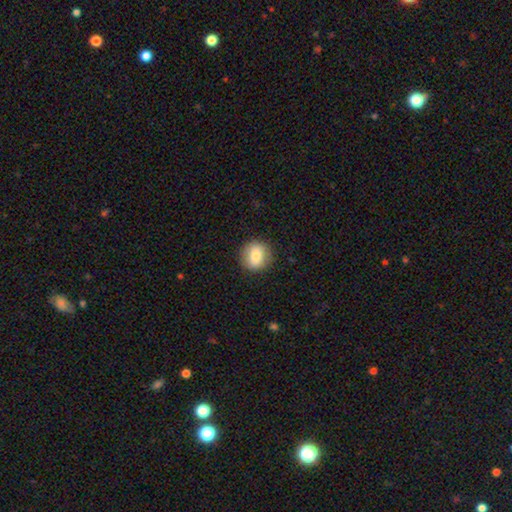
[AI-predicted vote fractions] This is likely a smooth galaxy (78%). How rounded: clearly round (86%). Merging: clearly none (88%).